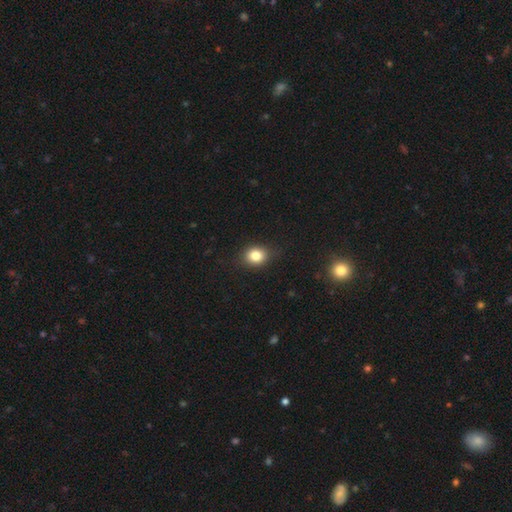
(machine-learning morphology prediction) smooth-or-featured: smooth: 82% | star or artifact: 11% | featured or disk: 7%
  how-rounded: round: 61% | in between: 38% | cigar-shaped: 1%
  merging: none: 83% | minor disturbance: 13% | major disturbance: 3% | merger: 1%